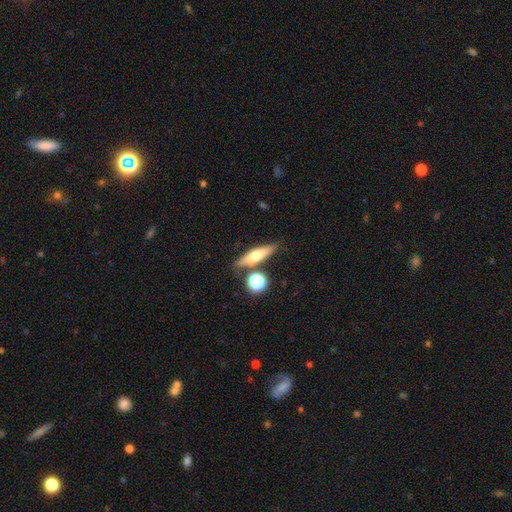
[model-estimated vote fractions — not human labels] smooth_or_featured: smooth (p=0.52) [alt: featured or disk p=0.39]
how_rounded: cigar-shaped (p=0.61) [alt: in between p=0.32]
merging: none (p=0.73) [alt: minor disturbance p=0.12]